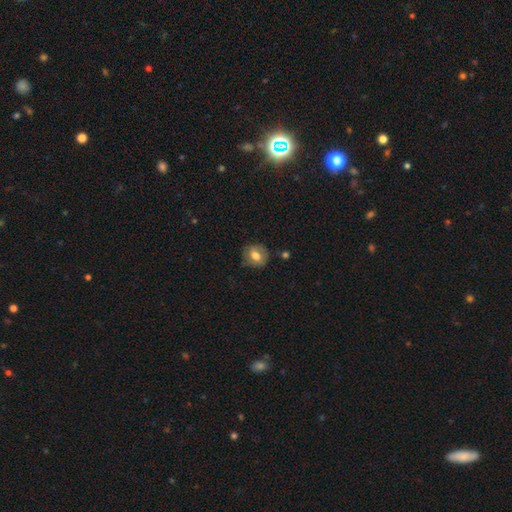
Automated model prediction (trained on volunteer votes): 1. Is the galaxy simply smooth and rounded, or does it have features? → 66% smooth, 26% featured or disk, 8% star or artifact.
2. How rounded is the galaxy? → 72% round, 27% in between, 1% cigar-shaped.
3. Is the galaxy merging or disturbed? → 73% none, 20% minor disturbance, 6% major disturbance, 2% merger.